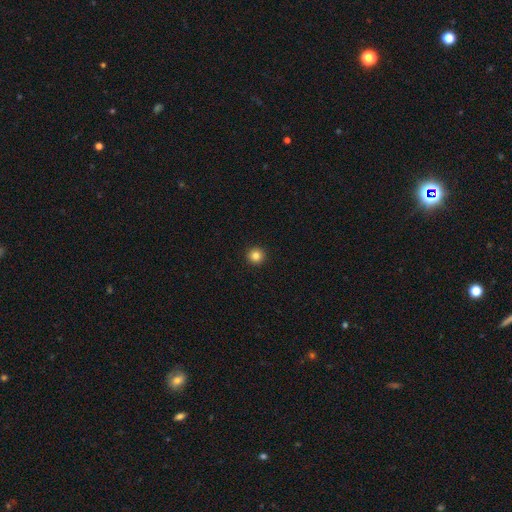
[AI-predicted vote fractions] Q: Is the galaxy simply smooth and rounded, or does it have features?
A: smooth — 84%.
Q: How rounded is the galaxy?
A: round — 96%.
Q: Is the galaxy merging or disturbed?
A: none — 94%.